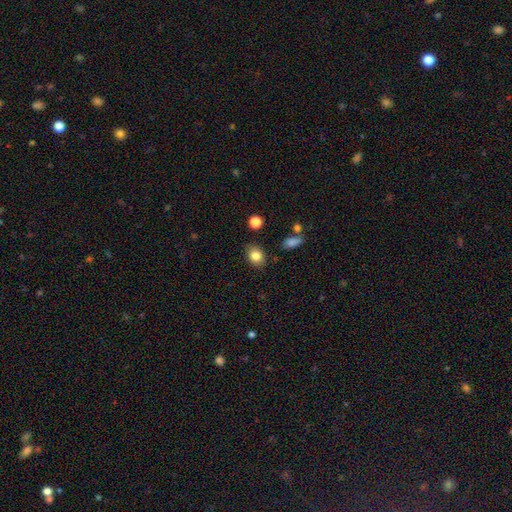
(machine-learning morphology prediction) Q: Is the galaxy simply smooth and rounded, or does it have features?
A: smooth — 83%.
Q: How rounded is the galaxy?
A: round — 50%.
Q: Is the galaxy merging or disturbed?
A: none — 84%.